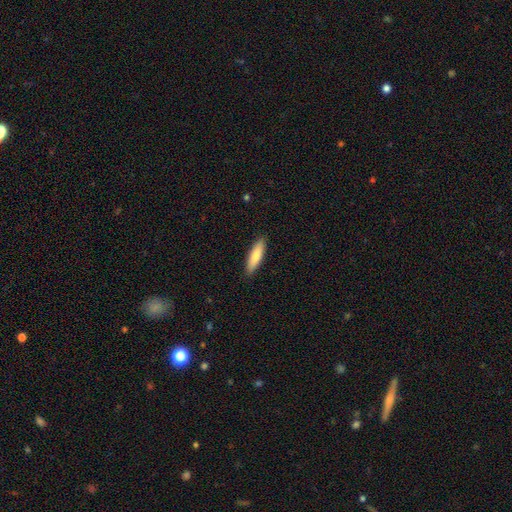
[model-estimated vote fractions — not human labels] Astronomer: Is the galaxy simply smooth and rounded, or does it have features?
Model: smooth — 79%.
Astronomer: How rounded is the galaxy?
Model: cigar-shaped — 67%.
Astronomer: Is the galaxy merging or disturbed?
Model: none — 90%.